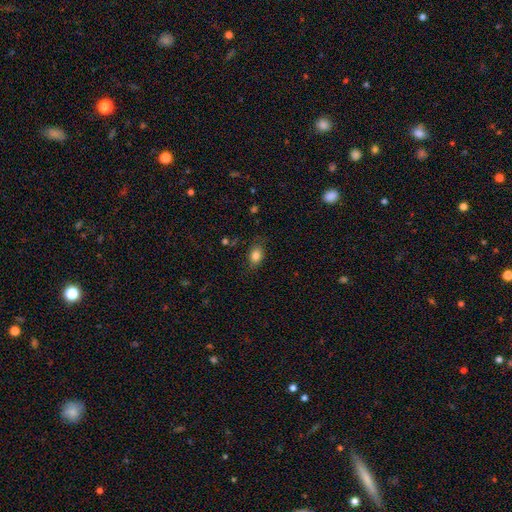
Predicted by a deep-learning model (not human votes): smooth 82%, star or artifact 10%, featured or disk 8%. Down the decision tree: how rounded — in between (79%); merging — none (78%).